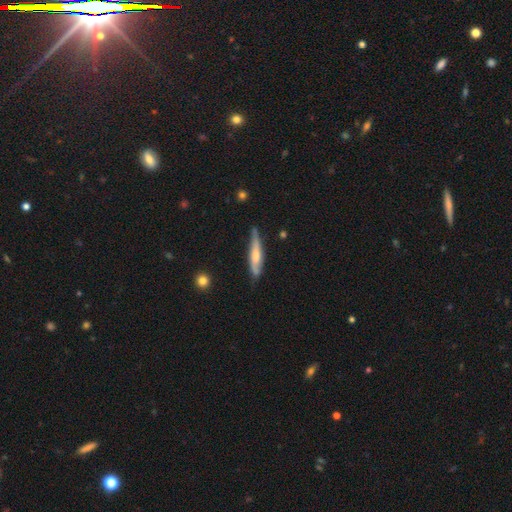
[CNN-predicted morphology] Q: Smooth or featured?
A: featured or disk (49%); runner-up: smooth (46%)
Q: Merging?
A: none (65%); runner-up: minor disturbance (27%)